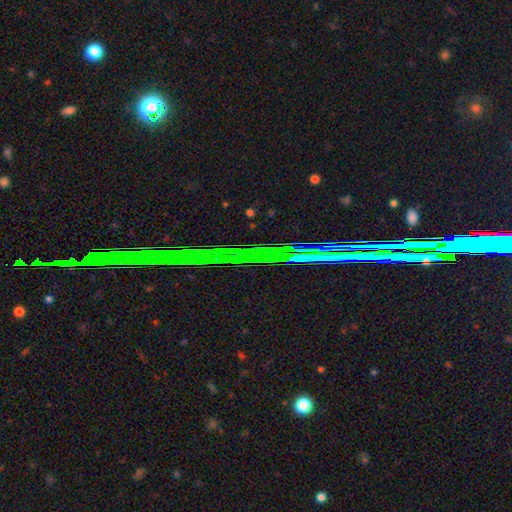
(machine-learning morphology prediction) Smooth or featured: star or artifact — 86% (featured or disk — 8%)